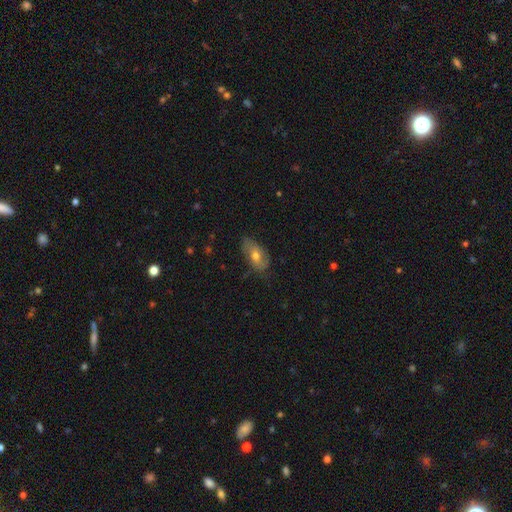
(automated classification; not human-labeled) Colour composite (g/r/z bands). It shows a smooth galaxy with no disk features (49%). Merging: none (71%).